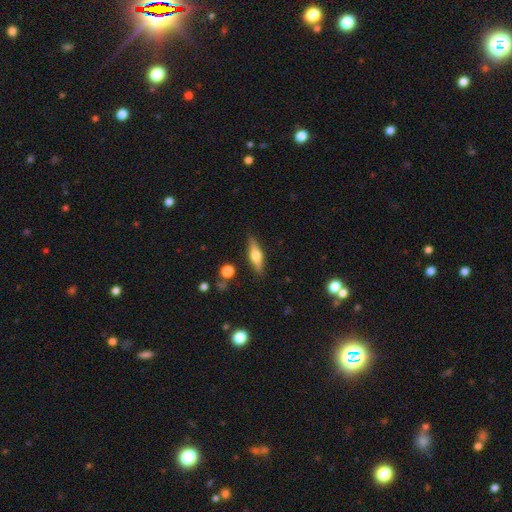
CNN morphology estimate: Smooth or featured: smooth — 50% (featured or disk — 43%)
Merging: none — 85% (minor disturbance — 10%)